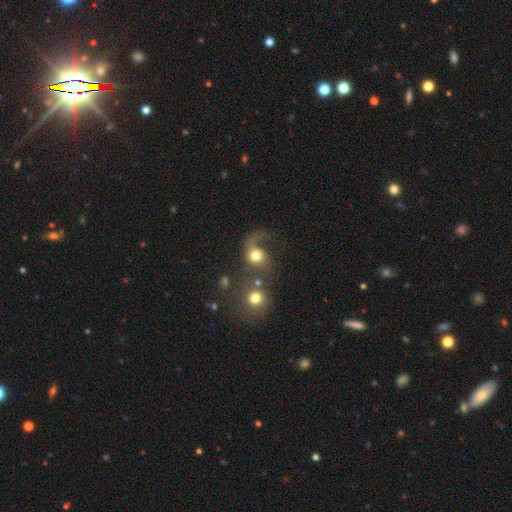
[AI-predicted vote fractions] This appears to be a smooth galaxy with no disk features (55%) that is round (68%). Merging: major disturbance (38%).